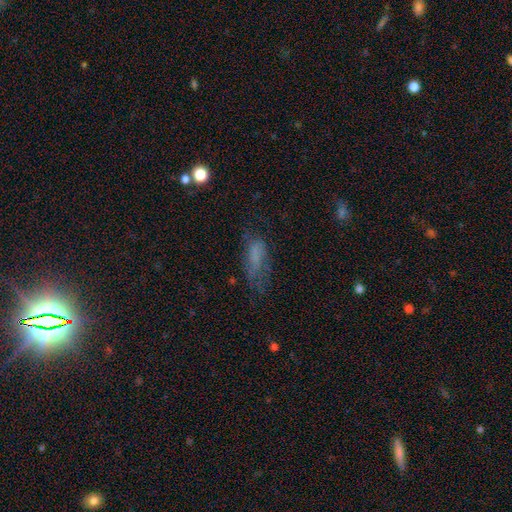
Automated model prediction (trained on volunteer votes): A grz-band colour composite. It shows a smooth galaxy with no disk features (57%) that is in between round and cigar-shaped (70%). Merging: none (44%).